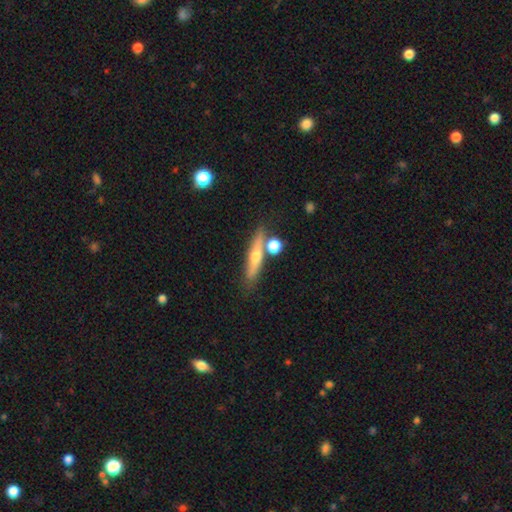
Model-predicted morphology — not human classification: smooth_or_featured: featured or disk (p=0.51) [alt: smooth p=0.40]
disk_edge_on: yes (p=0.89) [alt: no p=0.11]
merging: none (p=0.72) [alt: merger p=0.13]